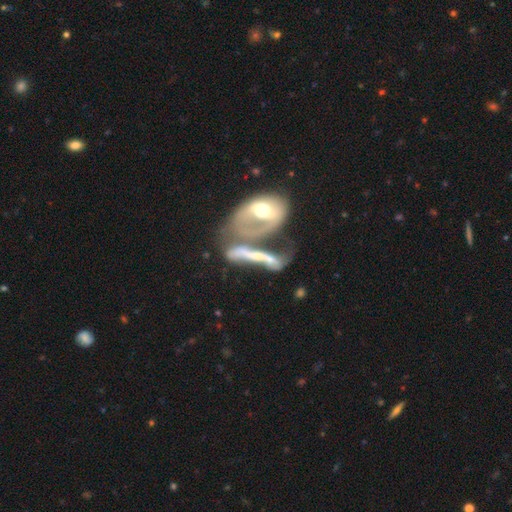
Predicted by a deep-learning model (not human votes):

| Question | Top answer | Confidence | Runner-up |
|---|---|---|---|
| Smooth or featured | featured or disk | 57% | smooth (34%) |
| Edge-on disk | no | 74% | yes (26%) |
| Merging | merger | 59% | major disturbance (18%) |